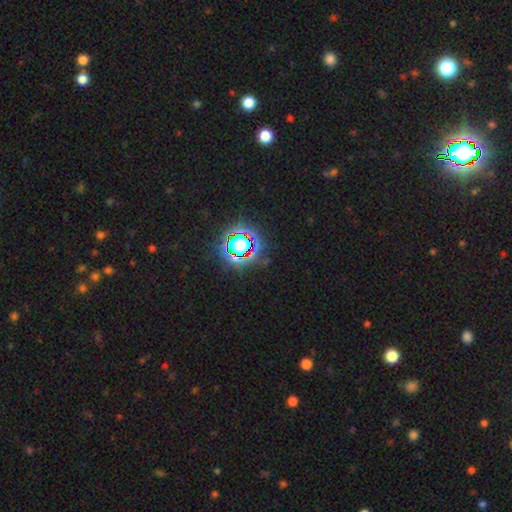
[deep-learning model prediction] This is clearly a star or artifact rather than a galaxy (80%).